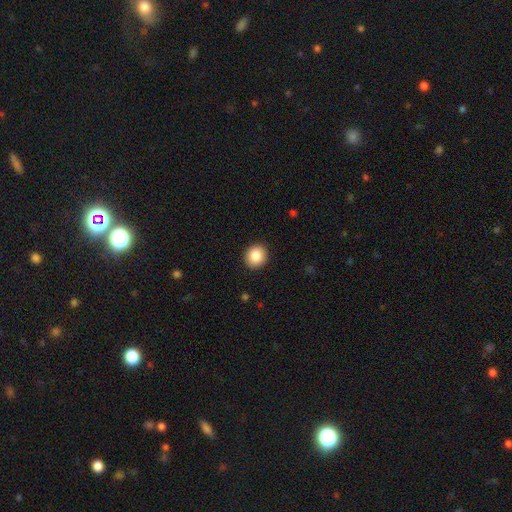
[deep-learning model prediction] The model was most divided on "how rounded": round: 87%, in between: 12%, cigar-shaped: 1%. More confident: merging — none (91%); smooth or featured — smooth (87%).